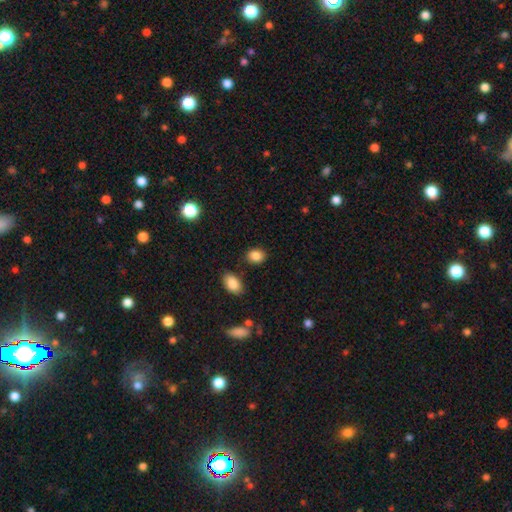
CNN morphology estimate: Q: Smooth or featured?
A: smooth (87%); runner-up: star or artifact (9%)
Q: How rounded?
A: in between (55%); runner-up: round (44%)
Q: Merging?
A: none (84%); runner-up: minor disturbance (9%)